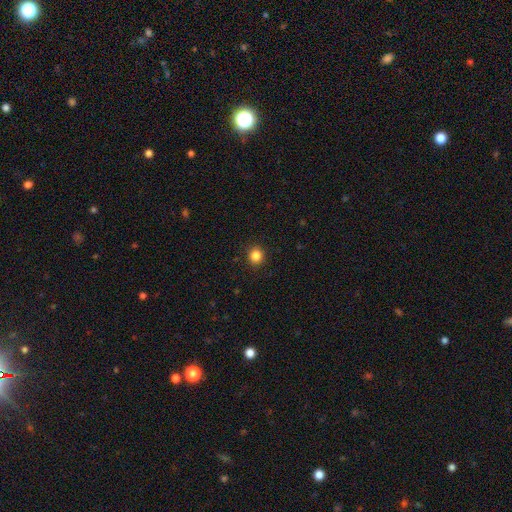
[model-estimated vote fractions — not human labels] Smooth or featured? Predicted: smooth (p=0.85). How rounded? Predicted: round (p=0.88). Merging? Predicted: none (p=0.92).